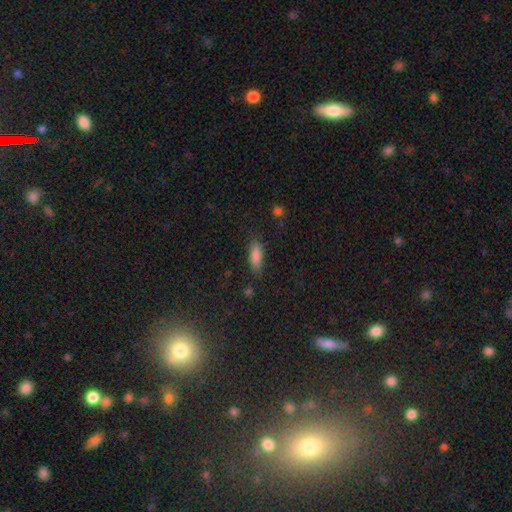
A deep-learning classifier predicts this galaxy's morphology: type=smooth (82%); roundness=in between (57%); merging=none (79%).